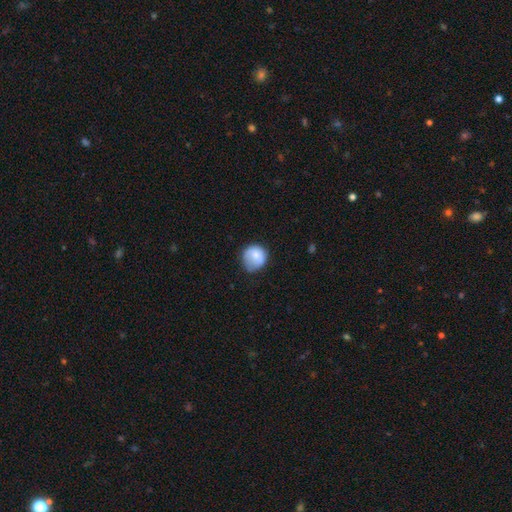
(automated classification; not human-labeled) Overall: smooth (75%). How rounded: round (84%). Merging: none (57%; minor disturbance 31%).